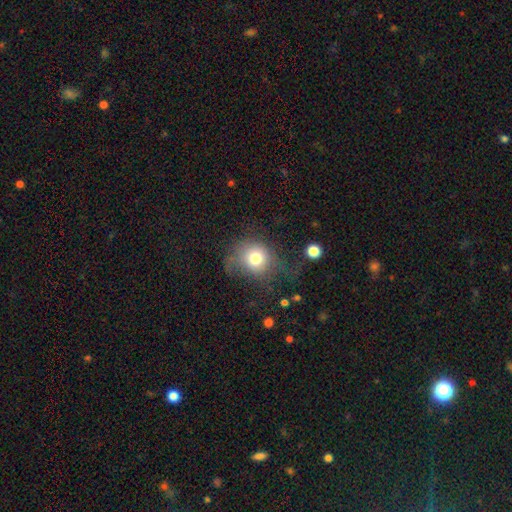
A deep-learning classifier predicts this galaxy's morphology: A smooth galaxy with no disk features (74%) that is round (78%).

Vote fractions:
- Smooth or featured? smooth: 74% / star or artifact: 13% / featured or disk: 13%
- How rounded? round: 78% / in between: 21% / cigar-shaped: 1%
- Merging? none: 49% / minor disturbance: 27% / major disturbance: 21% / merger: 3%